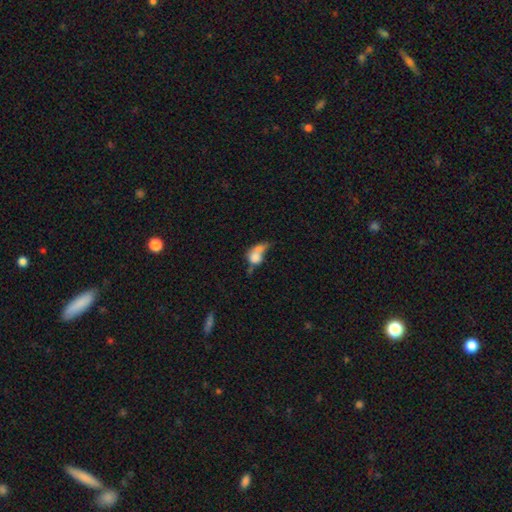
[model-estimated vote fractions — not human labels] Smooth or featured? Predicted: smooth (p=0.65). How rounded? Predicted: in between (p=0.64). Merging? Predicted: merger (p=0.37).